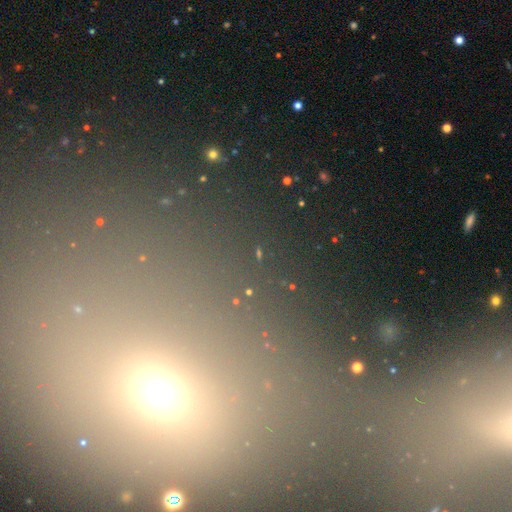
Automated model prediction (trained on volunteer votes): The model was most divided on "smooth or featured": star or artifact: 64%, smooth: 23%, featured or disk: 13%.